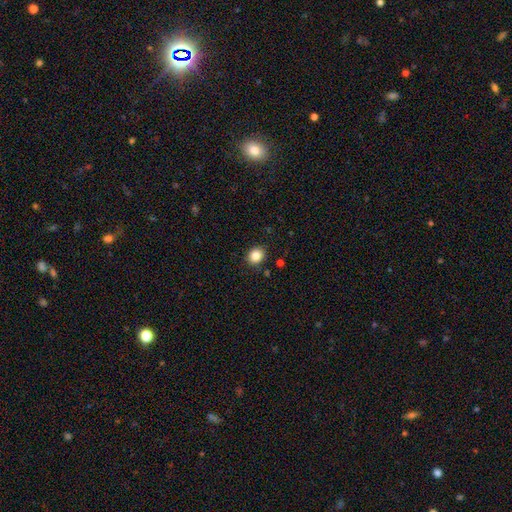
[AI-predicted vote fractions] Smooth or featured?
  - smooth: 85% *
  - star or artifact: 10%
  - featured or disk: 5%
How rounded?
  - round: 66% *
  - in between: 33%
  - cigar-shaped: 1%
Merging?
  - none: 90% *
  - minor disturbance: 7%
  - major disturbance: 2%
  - merger: 2%